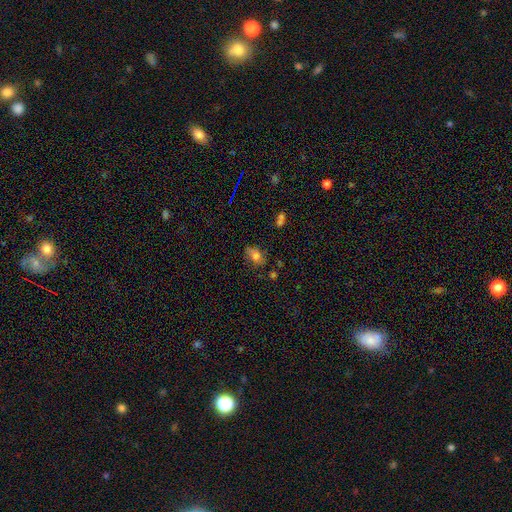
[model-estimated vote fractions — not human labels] smooth 73%, featured or disk 15%, star or artifact 12%. Down the decision tree: how rounded — in between (81%); merging — none (64%).